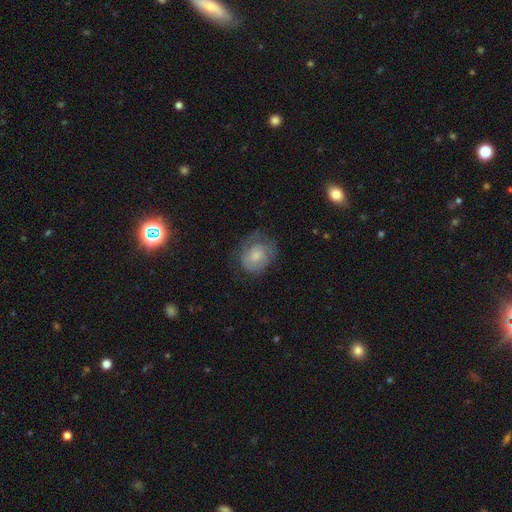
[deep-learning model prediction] Smooth or featured: smooth — 52% (featured or disk — 40%)
How rounded: round — 59% (in between — 40%)
Merging: none — 56% (minor disturbance — 27%)